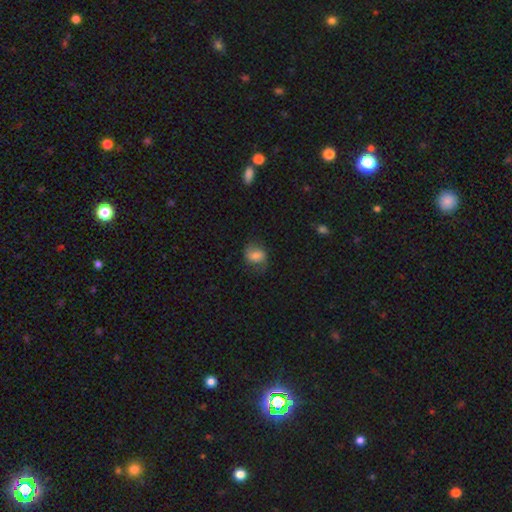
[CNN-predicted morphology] Overall: smooth (67%). How rounded: in between (50%; round 49%). Merging: none (66%).